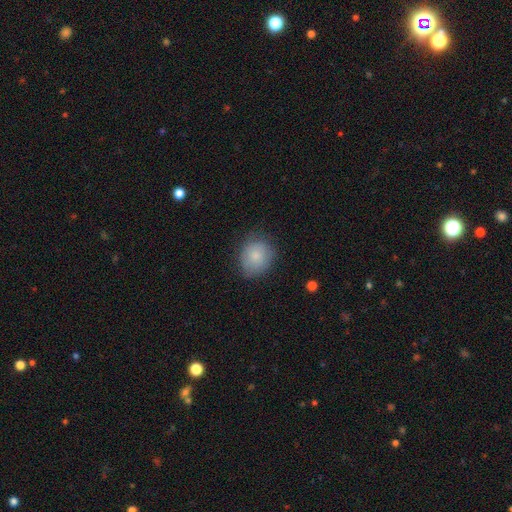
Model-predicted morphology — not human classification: A smooth galaxy with no disk features (81%) that is round (72%).

Vote fractions:
- Smooth or featured? smooth: 81% / featured or disk: 11% / star or artifact: 8%
- How rounded? round: 72% / in between: 27% / cigar-shaped: 1%
- Merging? none: 73% / minor disturbance: 21% / major disturbance: 5% / merger: 1%